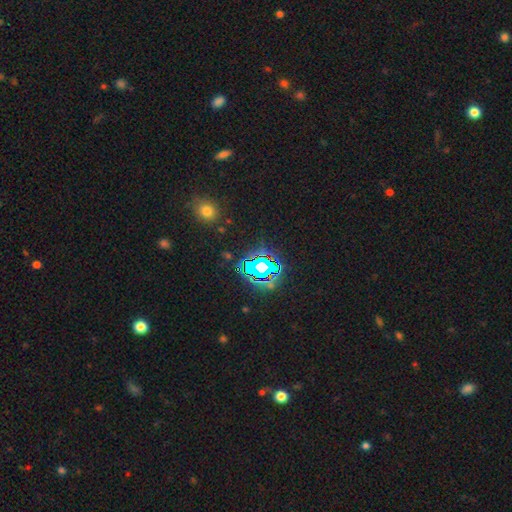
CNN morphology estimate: Smooth or featured: star or artifact — 75% (smooth — 15%)